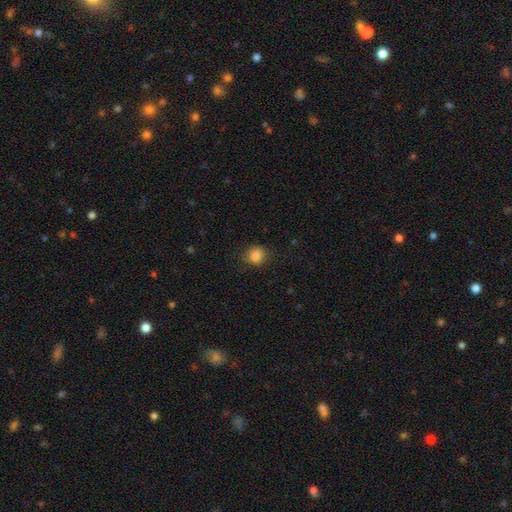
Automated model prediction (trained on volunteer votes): Smooth or featured?
  - smooth: 85% *
  - star or artifact: 10%
  - featured or disk: 5%
How rounded?
  - round: 75% *
  - in between: 24%
  - cigar-shaped: 1%
Merging?
  - none: 77% *
  - minor disturbance: 17%
  - major disturbance: 5%
  - merger: 1%